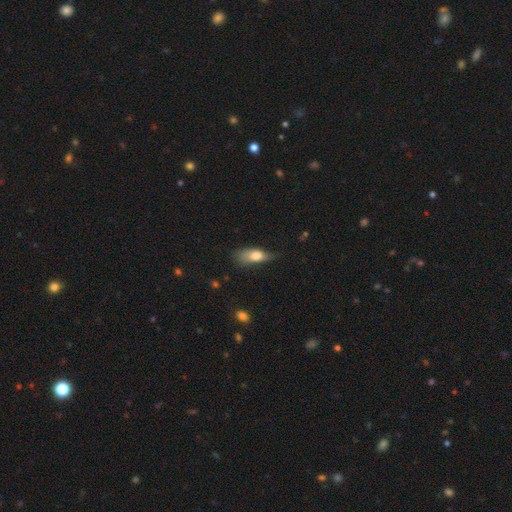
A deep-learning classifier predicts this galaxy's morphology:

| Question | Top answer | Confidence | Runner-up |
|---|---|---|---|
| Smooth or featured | smooth | 74% | featured or disk (18%) |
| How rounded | in between | 76% | cigar-shaped (19%) |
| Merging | none | 39% | minor disturbance (38%) |